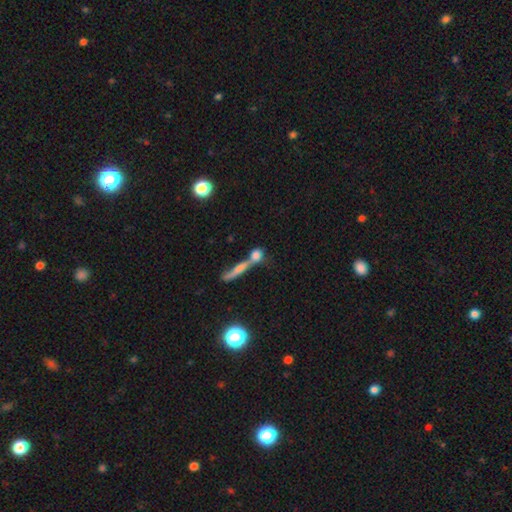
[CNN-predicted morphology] type=smooth (69%); roundness=round (54%); merging=merger (42%, tied with none).